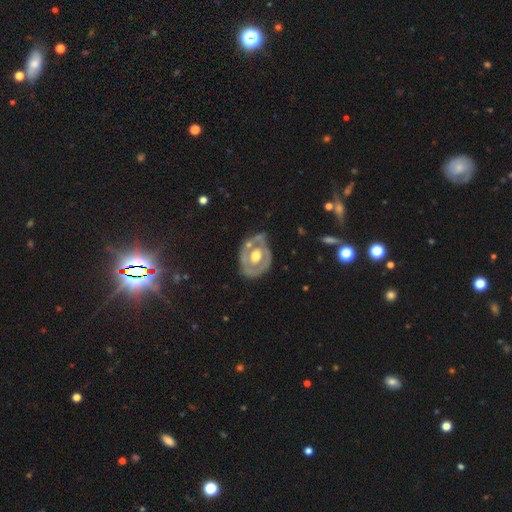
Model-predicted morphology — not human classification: A featured or disk galaxy (68%) with no bar (78%), no spiral arms (70%) and a moderate central bulge (64%). Merging: none (56%).